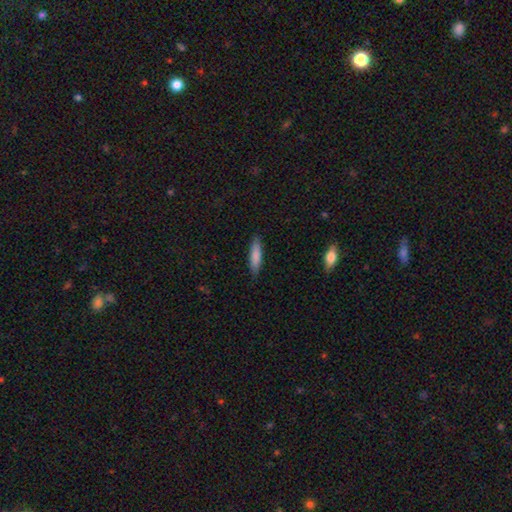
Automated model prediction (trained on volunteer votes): This appears to be a smooth galaxy with no disk features (82%) that is cigar-shaped (73%). Merging: none (85%).